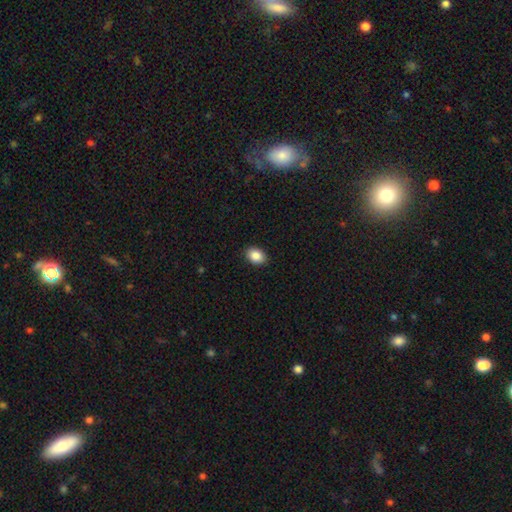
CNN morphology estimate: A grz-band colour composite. It shows a smooth galaxy with no disk features (88%) that is in between round and cigar-shaped (72%). Merging: none (90%).